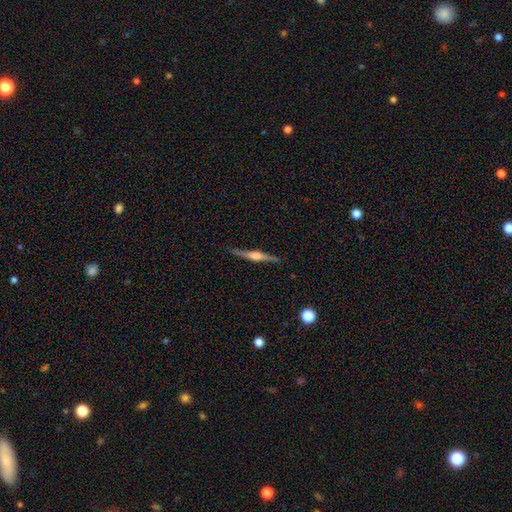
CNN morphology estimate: Smooth or featured?
  - featured or disk: 78% *
  - smooth: 17%
  - star or artifact: 6%
Edge-on disk?
  - yes: 98% *
  - no: 2%
Edge-on bulge?
  - rounded: 79% *
  - boxy: 17%
  - none: 5%
Merging?
  - none: 89% *
  - minor disturbance: 8%
  - major disturbance: 2%
  - merger: 1%